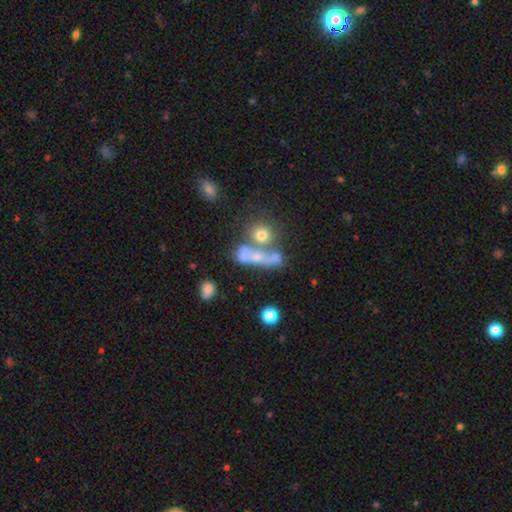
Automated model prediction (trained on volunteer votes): A smooth galaxy with no disk features (42%).

Vote fractions:
- Smooth or featured? smooth: 42% / featured or disk: 40% / star or artifact: 17%
- Merging? merger: 43% / none: 31% / major disturbance: 14% / minor disturbance: 12%